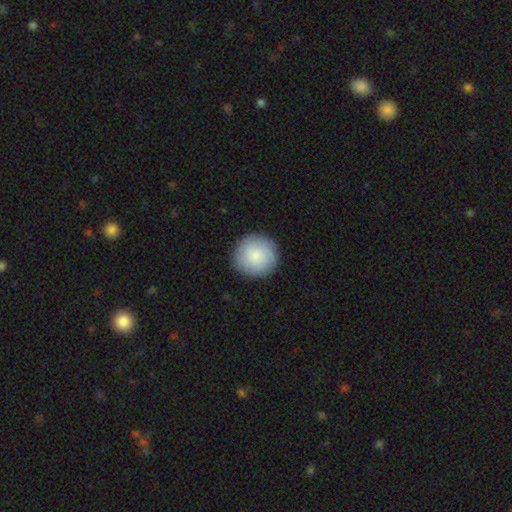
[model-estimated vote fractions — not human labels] A smooth galaxy with no disk features (83%) that is round (95%).

Vote fractions:
- Smooth or featured? smooth: 83% / featured or disk: 11% / star or artifact: 6%
- How rounded? round: 95% / in between: 4% / cigar-shaped: 1%
- Merging? none: 90% / minor disturbance: 7% / major disturbance: 2% / merger: 1%